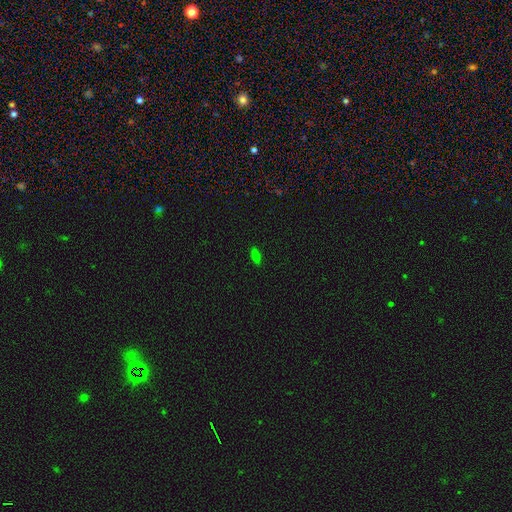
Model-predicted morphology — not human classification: This is likely a smooth galaxy (69%). How rounded: likely in between (77%). Merging: clearly none (88%).